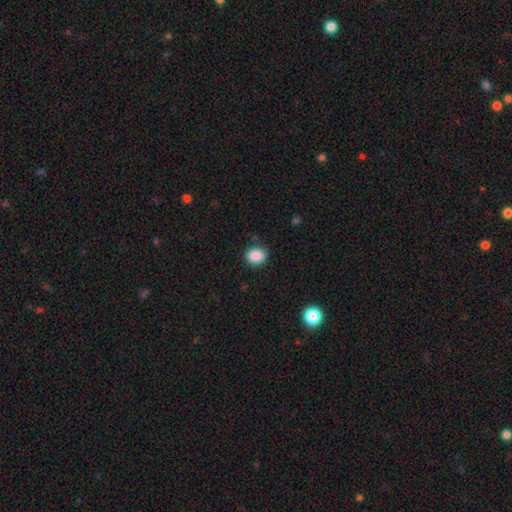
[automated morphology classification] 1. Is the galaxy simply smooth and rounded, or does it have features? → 88% smooth, 9% star or artifact, 3% featured or disk.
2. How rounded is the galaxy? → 63% round, 36% in between, 1% cigar-shaped.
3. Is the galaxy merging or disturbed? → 85% none, 10% minor disturbance, 3% major disturbance, 2% merger.